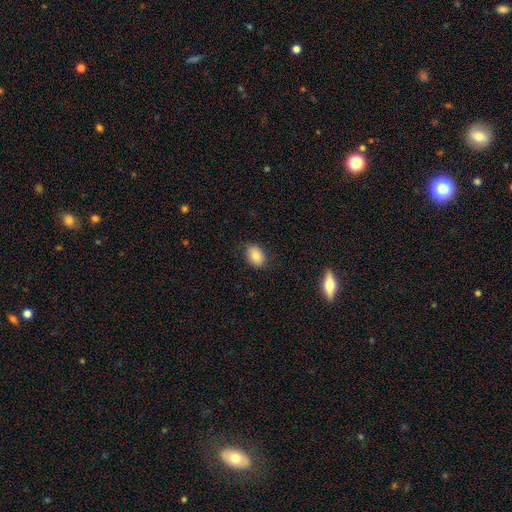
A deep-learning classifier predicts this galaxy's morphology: This appears to be a smooth galaxy with no disk features (83%) that is in between round and cigar-shaped (83%). Merging: none (85%).